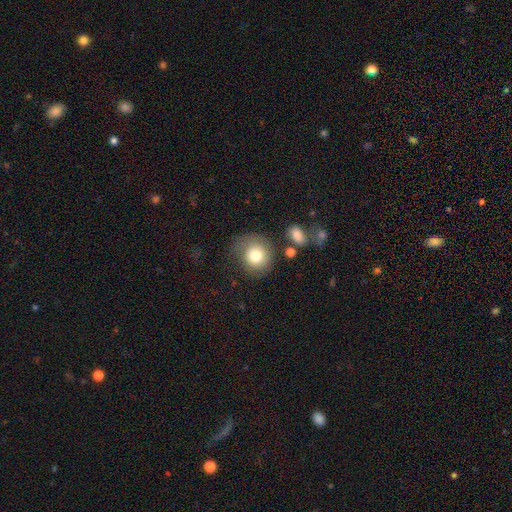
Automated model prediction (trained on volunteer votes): A smooth galaxy with no disk features (78%) that is round (85%).

Vote fractions:
- Smooth or featured? smooth: 78% / featured or disk: 13% / star or artifact: 9%
- How rounded? round: 85% / in between: 14% / cigar-shaped: 1%
- Merging? none: 63% / minor disturbance: 21% / major disturbance: 12% / merger: 5%